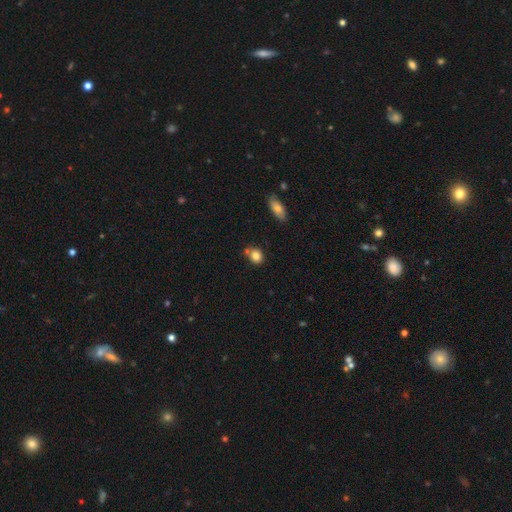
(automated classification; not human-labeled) Q: Smooth or featured?
A: smooth (82%); runner-up: star or artifact (10%)
Q: How rounded?
A: round (64%); runner-up: in between (34%)
Q: Merging?
A: none (63%); runner-up: merger (17%)